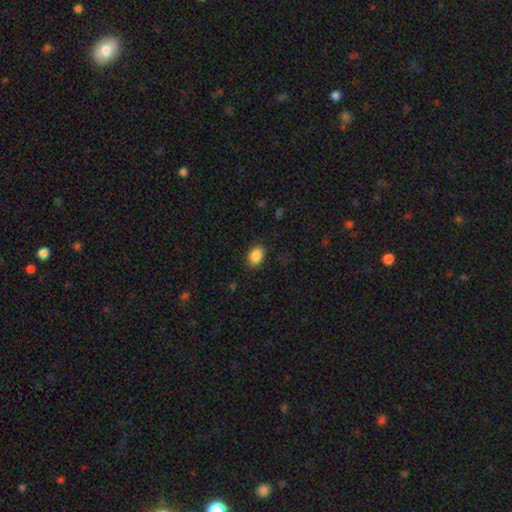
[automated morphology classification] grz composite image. It shows a smooth galaxy with no disk features (88%) that is in between round and cigar-shaped (65%). Merging: none (84%).